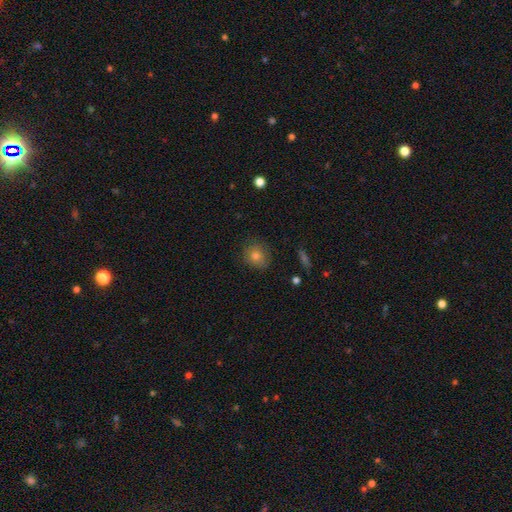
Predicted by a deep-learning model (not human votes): smooth 76%, star or artifact 13%, featured or disk 10%. Down the decision tree: how rounded — round (84%); merging — none (84%).